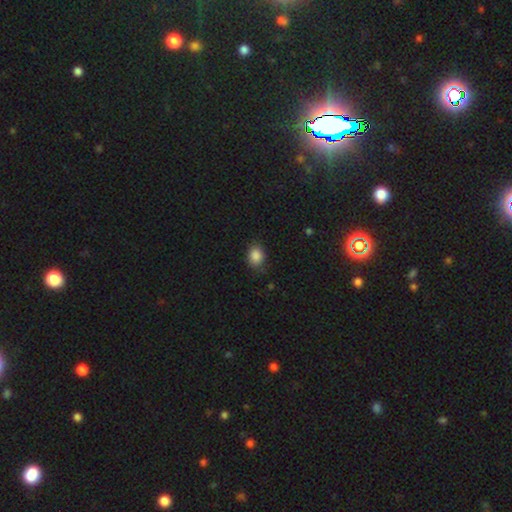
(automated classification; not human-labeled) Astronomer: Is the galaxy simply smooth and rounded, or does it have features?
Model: smooth — 87%.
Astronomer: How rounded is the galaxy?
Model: in between — 53% (runner-up: round, 46%).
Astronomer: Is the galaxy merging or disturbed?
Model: none — 78%.